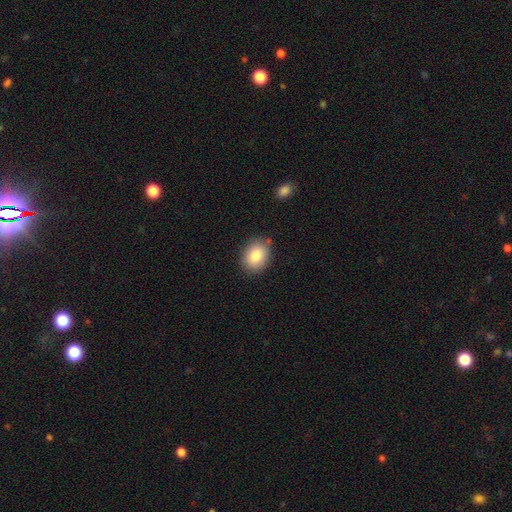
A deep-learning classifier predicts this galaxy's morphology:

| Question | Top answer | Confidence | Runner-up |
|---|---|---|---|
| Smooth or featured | smooth | 84% | featured or disk (8%) |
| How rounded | in between | 60% | round (39%) |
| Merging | none | 83% | minor disturbance (12%) |